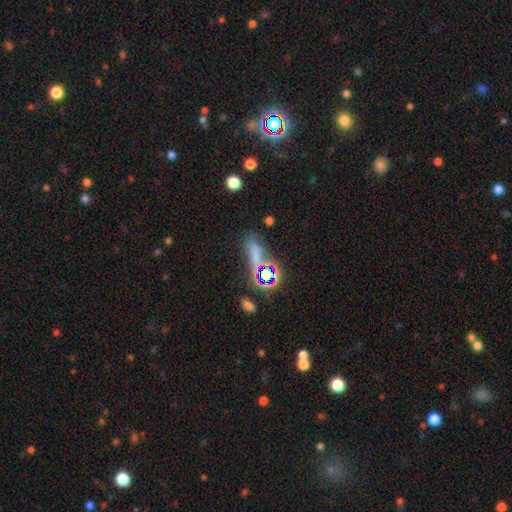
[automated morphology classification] Q: Smooth or featured?
A: smooth (50%); runner-up: star or artifact (37%)
Q: How rounded?
A: in between (49%); runner-up: cigar-shaped (36%)
Q: Merging?
A: none (57%); runner-up: minor disturbance (19%)